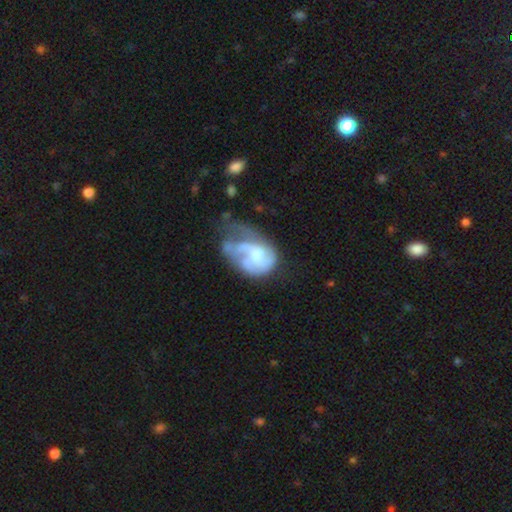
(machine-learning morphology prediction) featured or disk 63%, smooth 29%, star or artifact 7%. Down the decision tree: edge-on disk — no (98%); bar — no (68%); spiral arms — yes (56%); bulge size — moderate (40%); merging — major disturbance (45%).